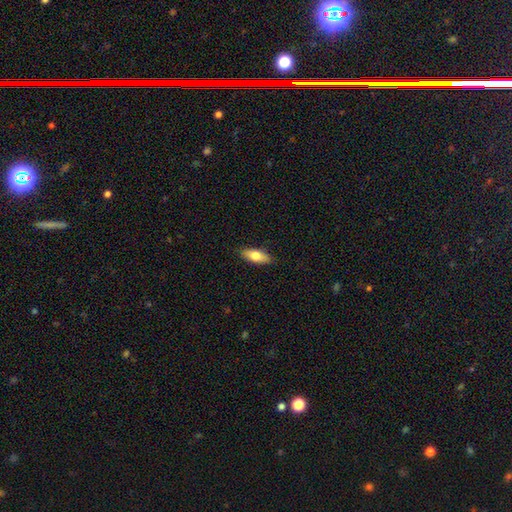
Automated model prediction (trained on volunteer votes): Smooth or featured? Predicted: smooth (p=0.73). How rounded? Predicted: in between (p=0.76). Merging? Predicted: none (p=0.88).